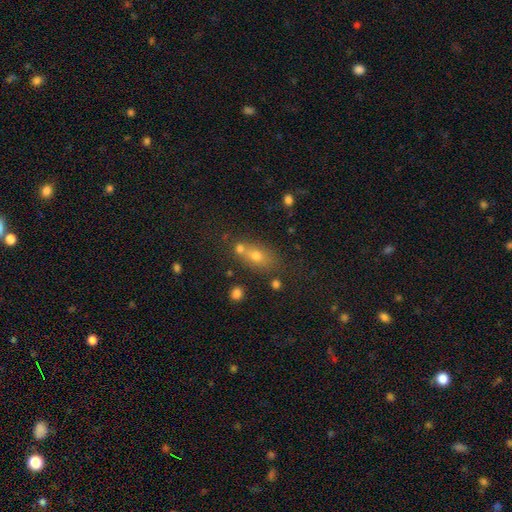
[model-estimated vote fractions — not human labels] Overall: smooth (64%). How rounded: in between (61%; round 31%). Merging: none (48%; merger 34%).